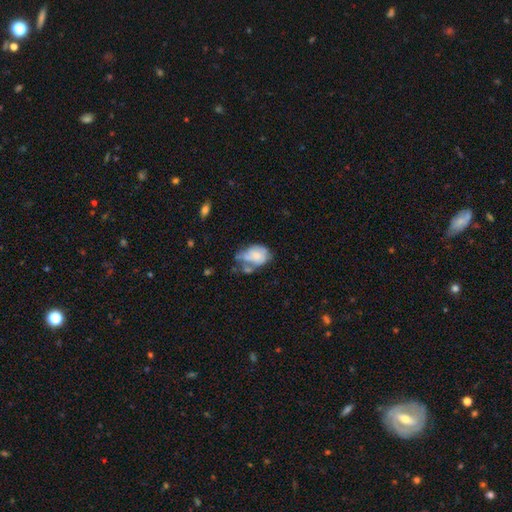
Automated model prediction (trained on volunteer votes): Morphology: type=smooth (58%); roundness=in between (78%); merging=minor disturbance (30%).